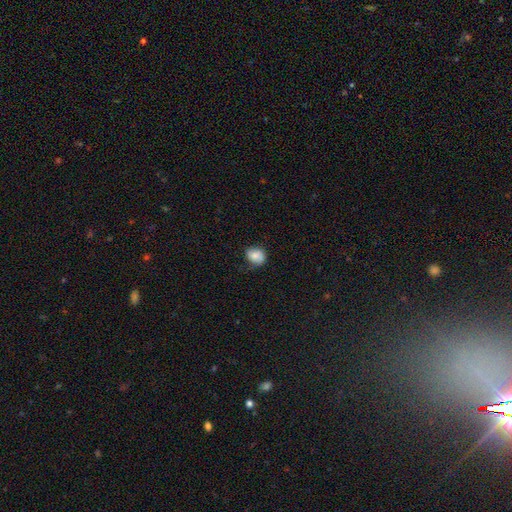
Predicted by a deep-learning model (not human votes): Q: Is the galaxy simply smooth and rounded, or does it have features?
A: smooth — 72%.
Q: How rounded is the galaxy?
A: round — 54%.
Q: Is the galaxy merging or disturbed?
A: none — 51%.